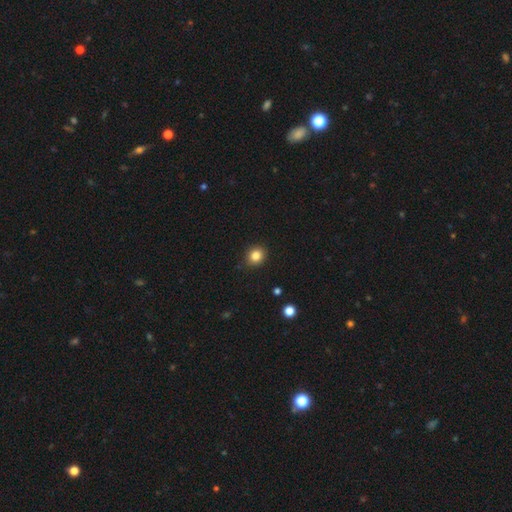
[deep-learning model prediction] A smooth galaxy with no disk features (84%) that is round (78%). Merging: none (90%).